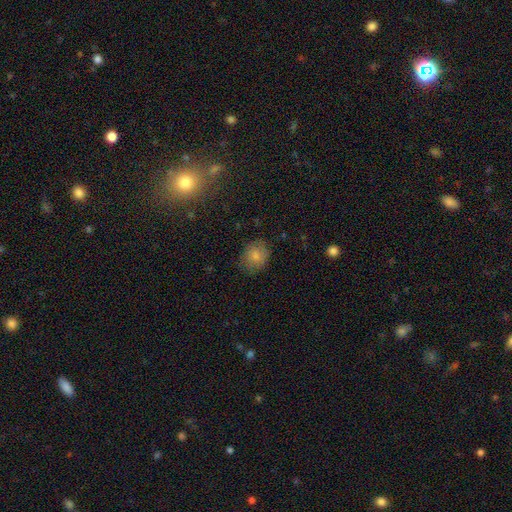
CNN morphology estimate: Smooth or featured: smooth — 82% (featured or disk — 9%)
How rounded: round — 61% (in between — 38%)
Merging: none — 80% (minor disturbance — 15%)